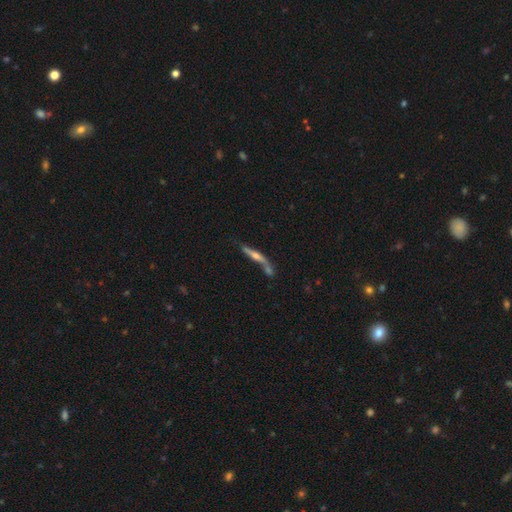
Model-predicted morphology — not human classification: Smooth or featured? Predicted: featured or disk (p=0.63). Edge-on disk? Predicted: yes (p=0.89). Edge-on bulge? Predicted: rounded (p=0.79). Merging? Predicted: none (p=0.49).